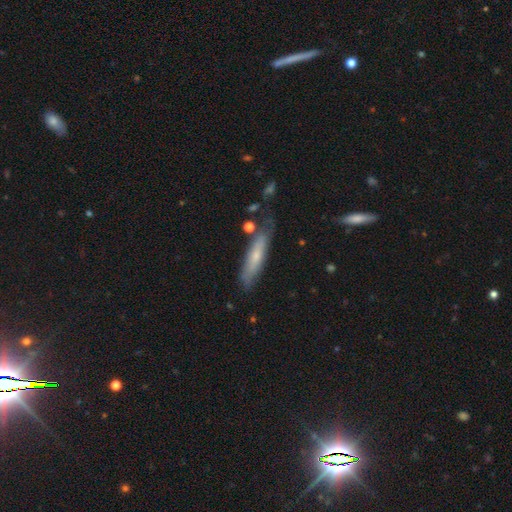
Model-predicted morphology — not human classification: Smooth or featured: smooth — 58% (featured or disk — 36%)
How rounded: cigar-shaped — 81% (in between — 17%)
Merging: none — 67% (minor disturbance — 22%)